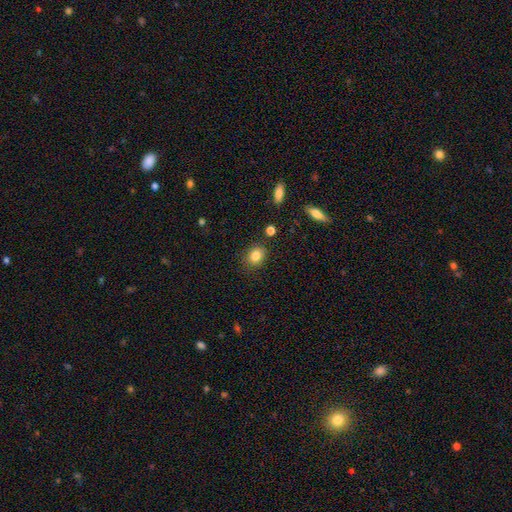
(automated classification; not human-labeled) Q: Smooth or featured?
A: smooth (84%); runner-up: star or artifact (10%)
Q: How rounded?
A: round (57%); runner-up: in between (41%)
Q: Merging?
A: none (85%); runner-up: minor disturbance (10%)